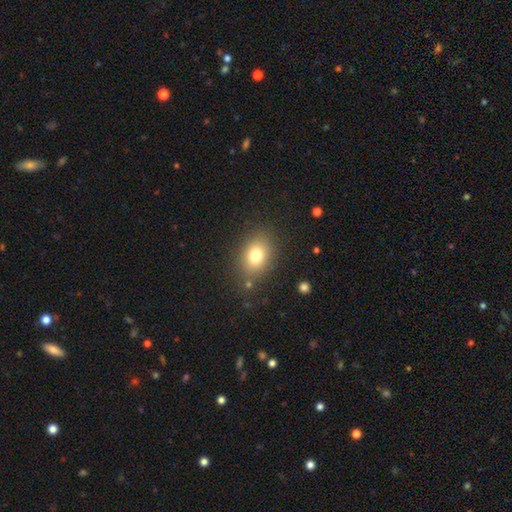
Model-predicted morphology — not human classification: A smooth galaxy with no disk features (76%) that is in between round and cigar-shaped (66%). Merging: none (81%).